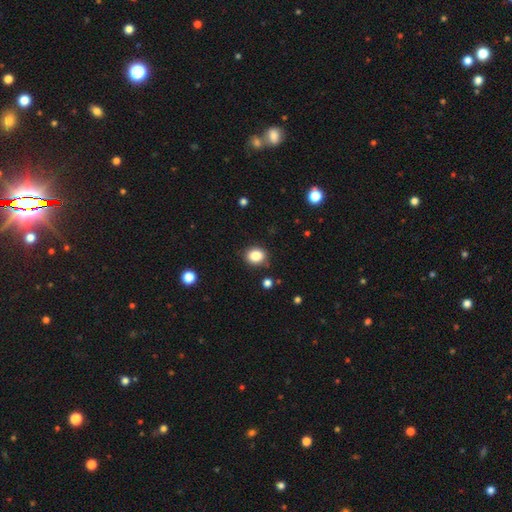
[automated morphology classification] Q: Smooth or featured?
A: smooth (86%); runner-up: star or artifact (10%)
Q: How rounded?
A: round (63%); runner-up: in between (36%)
Q: Merging?
A: none (85%); runner-up: minor disturbance (10%)